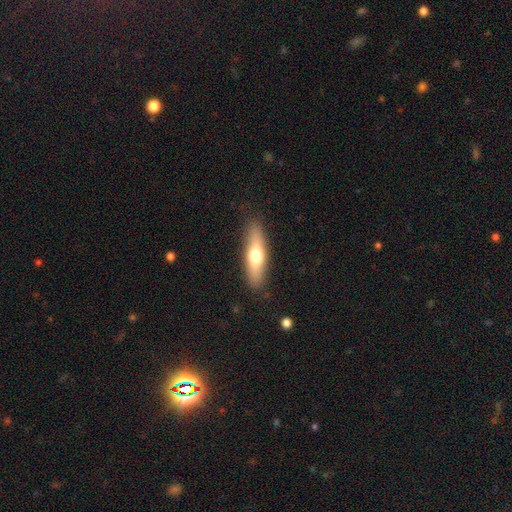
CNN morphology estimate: This is possibly a smooth galaxy (58%). How rounded: likely cigar-shaped (63%). Merging: clearly none (86%).